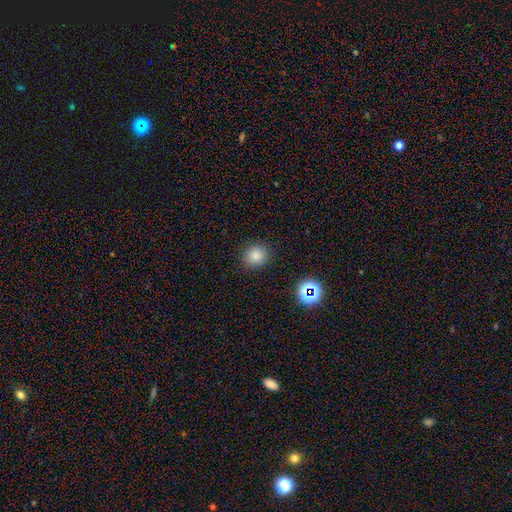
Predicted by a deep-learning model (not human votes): Smooth or featured?
  - smooth: 81% *
  - star or artifact: 14%
  - featured or disk: 5%
How rounded?
  - round: 76% *
  - in between: 23%
  - cigar-shaped: 1%
Merging?
  - none: 89% *
  - minor disturbance: 8%
  - major disturbance: 3%
  - merger: 1%